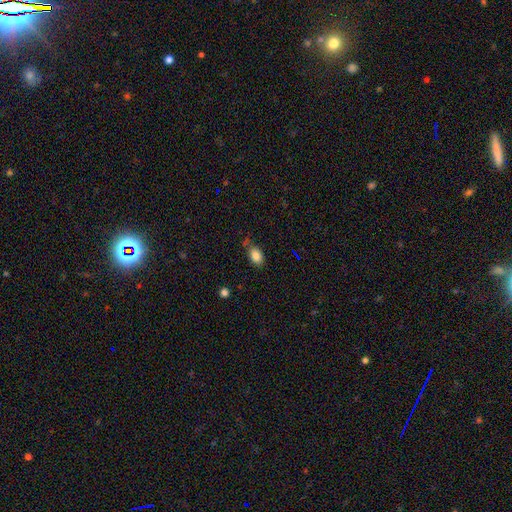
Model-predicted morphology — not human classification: This is clearly a smooth galaxy (85%). How rounded: clearly in between (89%). Merging: likely none (69%).